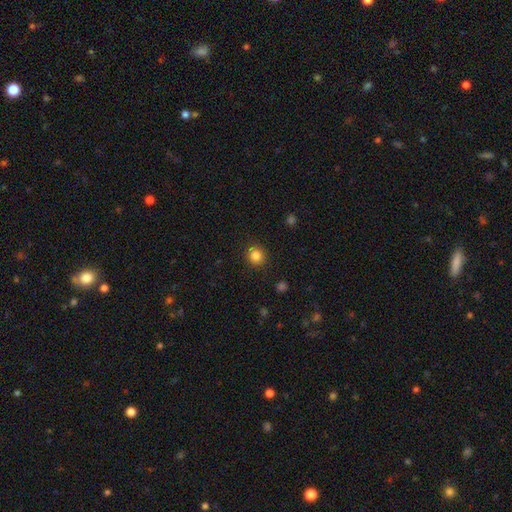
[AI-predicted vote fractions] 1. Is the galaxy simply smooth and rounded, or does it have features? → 84% smooth, 11% star or artifact, 5% featured or disk.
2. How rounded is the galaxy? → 89% round, 10% in between, 1% cigar-shaped.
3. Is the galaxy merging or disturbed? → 90% none, 7% minor disturbance, 2% major disturbance, 1% merger.